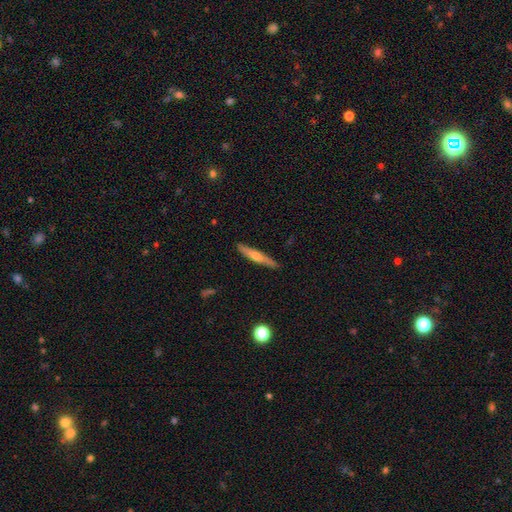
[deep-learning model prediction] smooth-or-featured: featured or disk: 56% | smooth: 38% | star or artifact: 6%
  disk-edge-on: yes: 94% | no: 6%
    edge-on-bulge: rounded: 84% | none: 12% | boxy: 3%
  merging: none: 88% | minor disturbance: 9% | major disturbance: 2% | merger: 1%